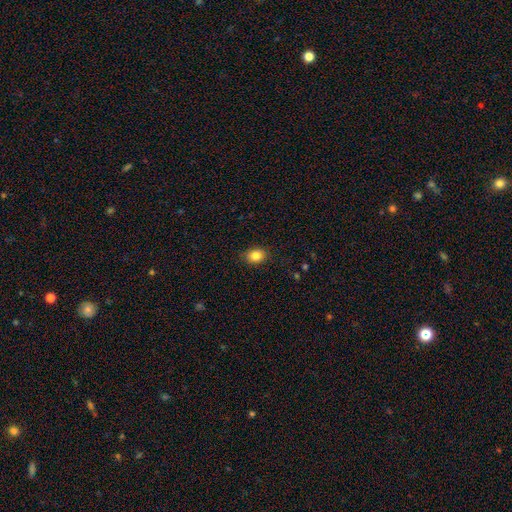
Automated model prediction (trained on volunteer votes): smooth_or_featured: smooth (p=0.85) [alt: star or artifact p=0.10]
how_rounded: in between (p=0.58) [alt: round p=0.41]
merging: none (p=0.88) [alt: minor disturbance p=0.09]